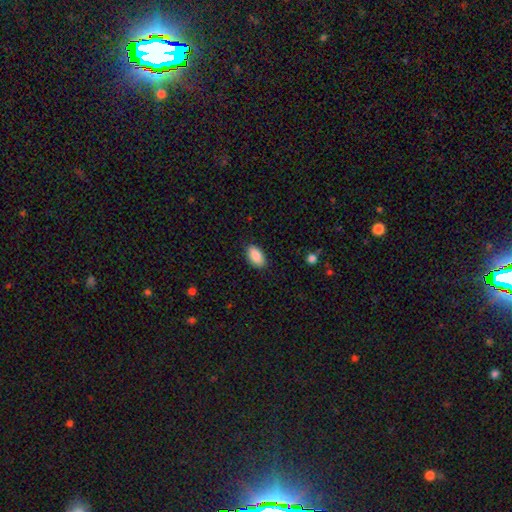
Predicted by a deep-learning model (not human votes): Overall: smooth (88%). How rounded: in between (94%). Merging: none (88%).